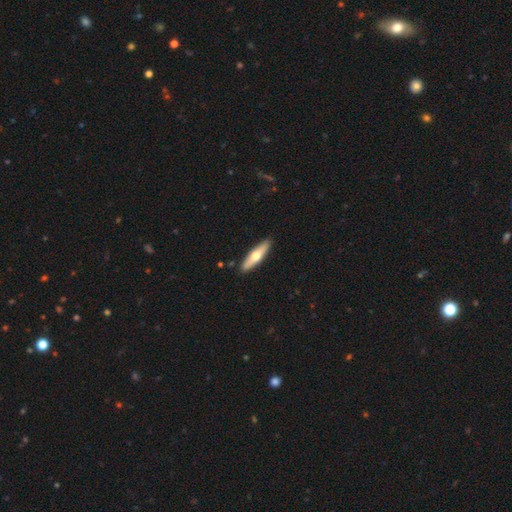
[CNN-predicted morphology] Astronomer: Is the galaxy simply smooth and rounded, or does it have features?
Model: smooth — 50% (runner-up: featured or disk, 45%).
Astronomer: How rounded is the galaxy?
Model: cigar-shaped — 71%.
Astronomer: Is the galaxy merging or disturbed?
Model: none — 90%.